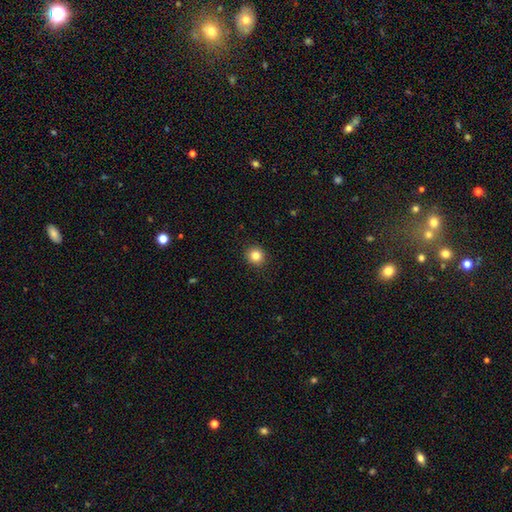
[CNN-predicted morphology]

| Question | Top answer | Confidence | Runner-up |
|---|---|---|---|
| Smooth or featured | smooth | 83% | star or artifact (11%) |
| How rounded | round | 91% | in between (8%) |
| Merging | none | 92% | minor disturbance (6%) |